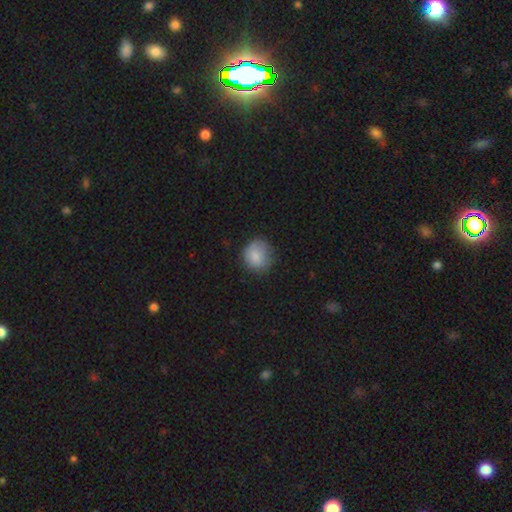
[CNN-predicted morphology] The model was most divided on "merging": none: 68%, minor disturbance: 23%, major disturbance: 7%, merger: 1%. More confident: smooth or featured — smooth (82%); how rounded — round (80%).